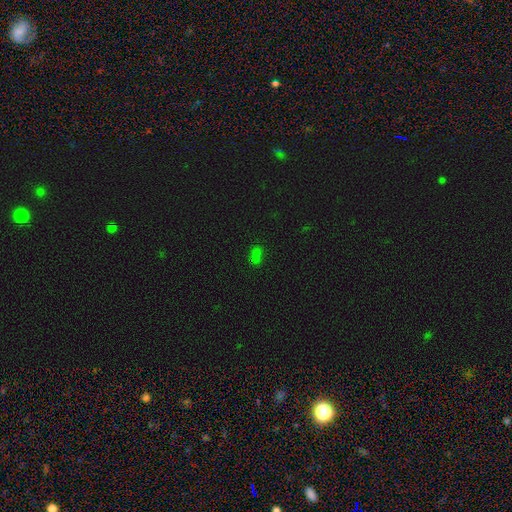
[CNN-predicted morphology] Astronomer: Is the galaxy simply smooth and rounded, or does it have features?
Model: smooth — 46% (runner-up: star or artifact, 44%).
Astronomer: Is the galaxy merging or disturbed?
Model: none — 54%.